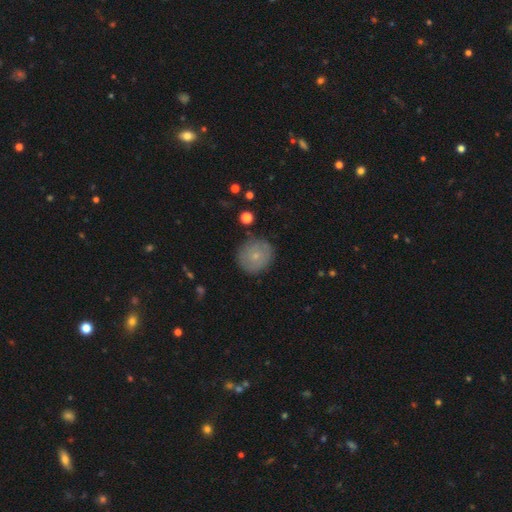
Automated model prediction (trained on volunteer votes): Q: Smooth or featured?
A: smooth (68%); runner-up: featured or disk (24%)
Q: How rounded?
A: round (88%); runner-up: in between (11%)
Q: Merging?
A: none (83%); runner-up: minor disturbance (12%)